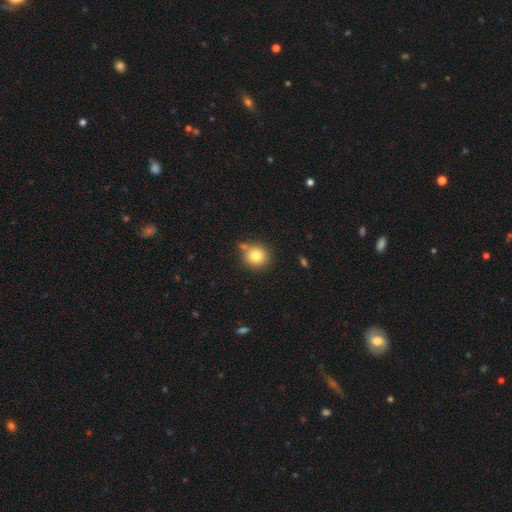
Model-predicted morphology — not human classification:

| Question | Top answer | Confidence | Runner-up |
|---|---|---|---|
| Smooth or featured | smooth | 81% | star or artifact (10%) |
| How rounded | round | 87% | in between (12%) |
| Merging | none | 70% | minor disturbance (14%) |